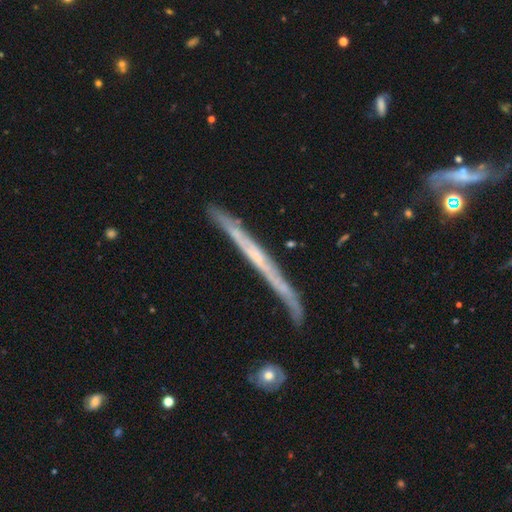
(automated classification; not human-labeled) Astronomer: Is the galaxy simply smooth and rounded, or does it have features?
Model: featured or disk — 70%.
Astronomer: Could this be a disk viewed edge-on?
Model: yes — 95%.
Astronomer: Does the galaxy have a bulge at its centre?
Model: none — 80%.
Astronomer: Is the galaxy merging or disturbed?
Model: none — 77%.